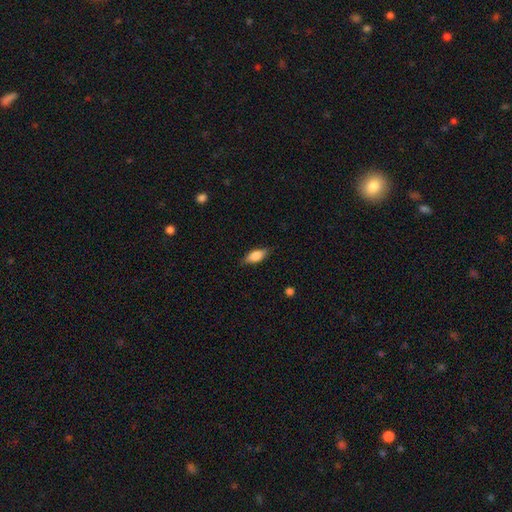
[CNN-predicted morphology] type=smooth (80%); roundness=in between (80%); merging=none (83%).